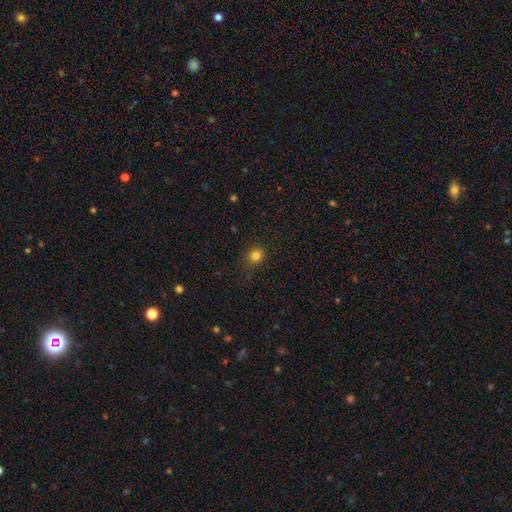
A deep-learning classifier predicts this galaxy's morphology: The model was most divided on "smooth or featured": smooth: 80%, star or artifact: 14%, featured or disk: 6%. More confident: merging — none (84%); how rounded — round (83%).